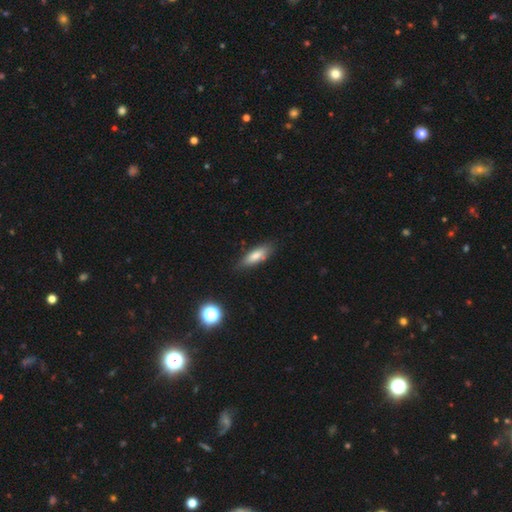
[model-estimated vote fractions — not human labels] Morphology: type=smooth (77%); roundness=in between (59%); merging=none (77%).